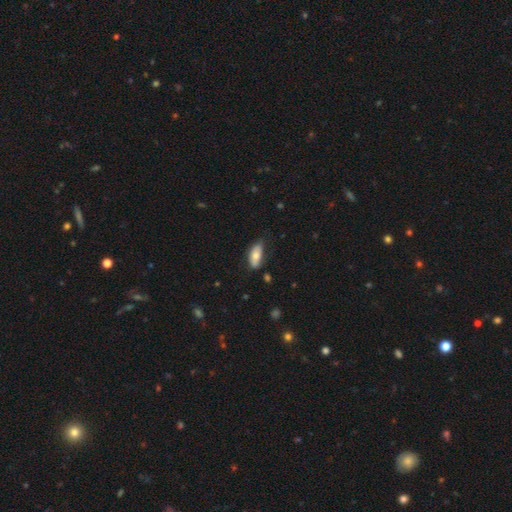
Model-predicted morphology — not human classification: A smooth galaxy with no disk features (71%) that is in between round and cigar-shaped (86%). Merging: none (64%).